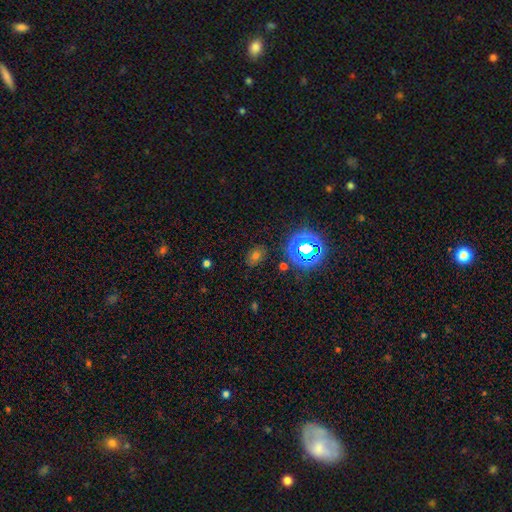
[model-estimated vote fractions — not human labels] Morphology: type=smooth (53%); roundness=in between (61%); merging=none (83%).